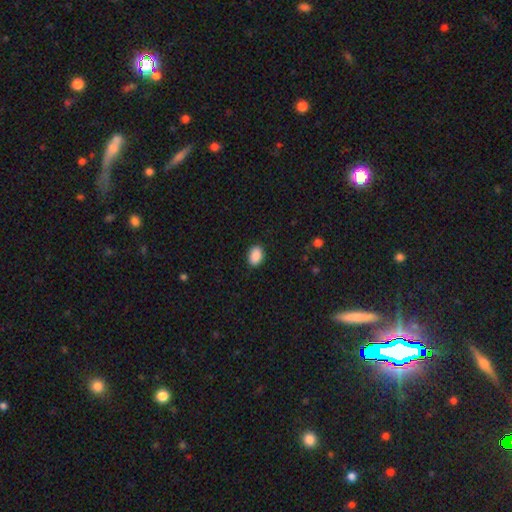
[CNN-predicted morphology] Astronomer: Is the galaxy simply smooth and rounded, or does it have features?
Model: smooth — 90%.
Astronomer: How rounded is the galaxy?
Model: in between — 82%.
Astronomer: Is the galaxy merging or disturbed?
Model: none — 89%.